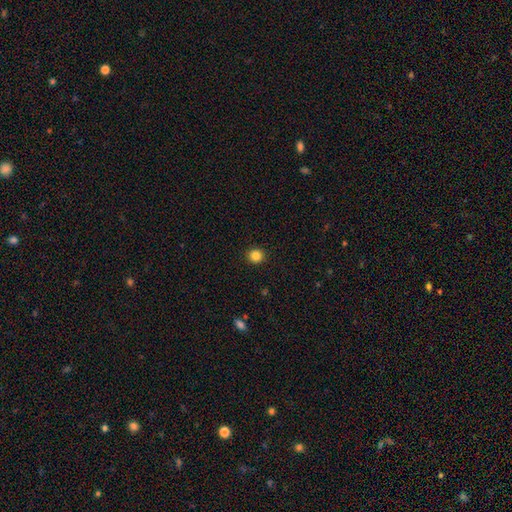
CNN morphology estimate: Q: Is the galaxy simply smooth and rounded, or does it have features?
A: smooth — 84%.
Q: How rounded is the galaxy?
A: round — 93%.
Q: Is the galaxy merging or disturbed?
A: none — 93%.